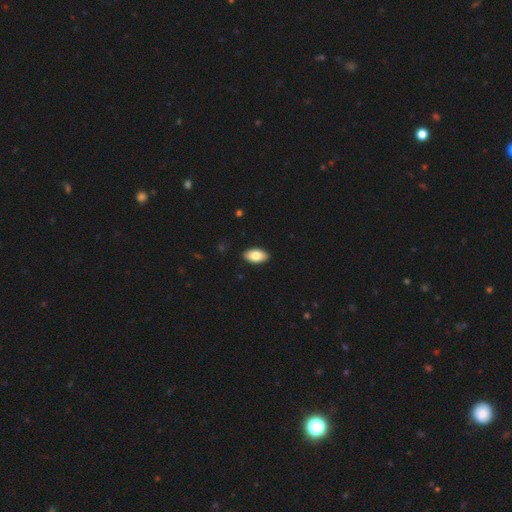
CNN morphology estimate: A smooth galaxy with no disk features (81%) that is in between round and cigar-shaped (95%).

Vote fractions:
- Smooth or featured? smooth: 81% / featured or disk: 12% / star or artifact: 6%
- How rounded? in between: 95% / round: 3% / cigar-shaped: 2%
- Merging? none: 90% / minor disturbance: 7% / major disturbance: 2% / merger: 1%